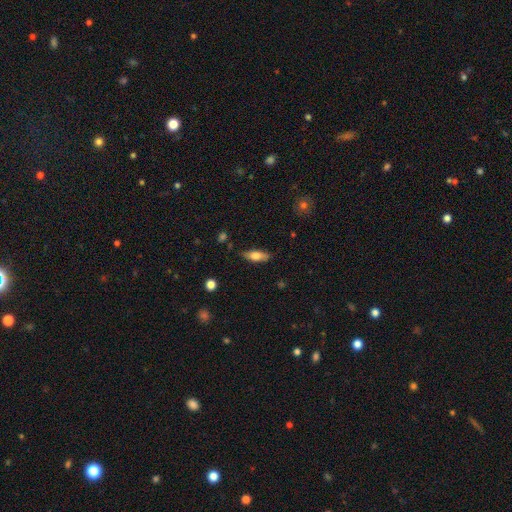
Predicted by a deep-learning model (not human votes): smooth 66%, featured or disk 27%, star or artifact 7%. Down the decision tree: how rounded — in between (65%); merging — none (81%).